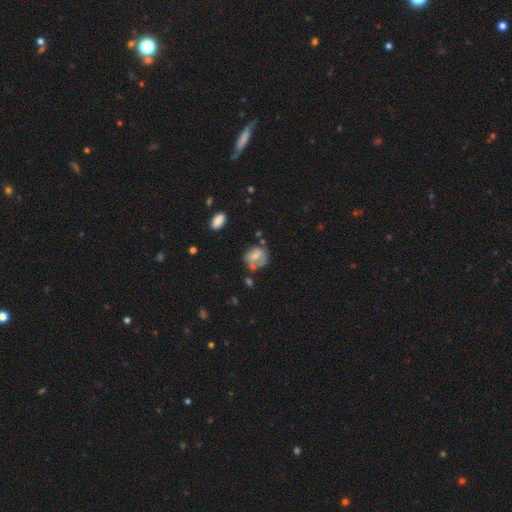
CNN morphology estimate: Smooth or featured? Predicted: smooth (p=0.55). How rounded? Predicted: round (p=0.57). Merging? Predicted: none (p=0.47).